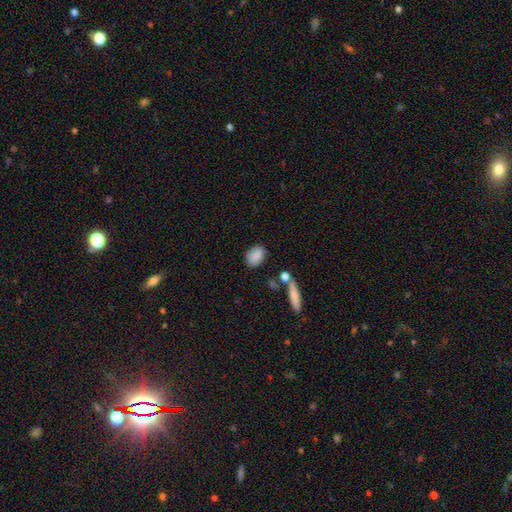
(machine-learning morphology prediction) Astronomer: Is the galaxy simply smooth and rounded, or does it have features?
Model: smooth — 87%.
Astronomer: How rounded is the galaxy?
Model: in between — 79%.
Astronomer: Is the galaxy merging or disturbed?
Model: none — 79%.